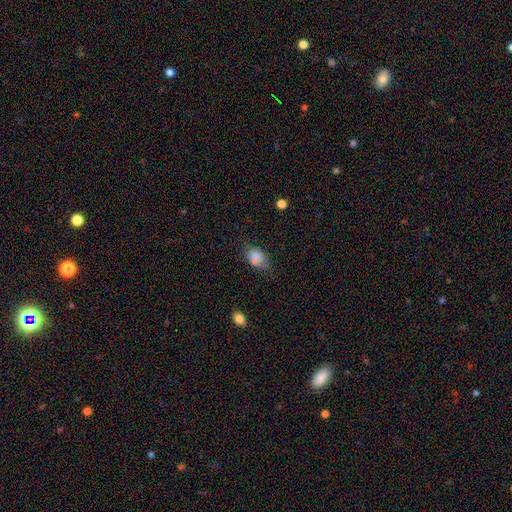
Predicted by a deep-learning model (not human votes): The model was most divided on "merging": none: 54%, minor disturbance: 25%, merger: 13%, major disturbance: 8%. More confident: how rounded — in between (83%); smooth or featured — smooth (77%).